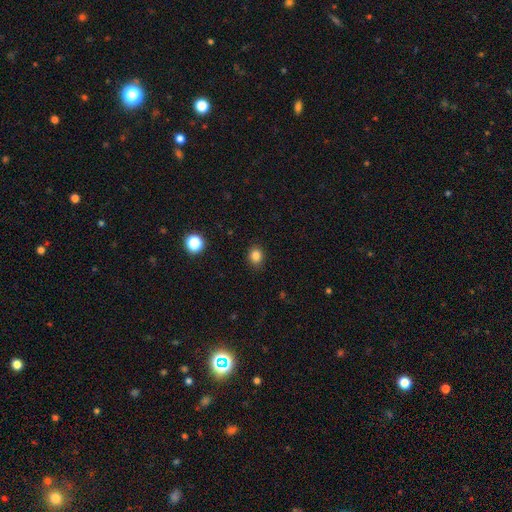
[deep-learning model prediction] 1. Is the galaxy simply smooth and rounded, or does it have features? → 83% smooth, 12% star or artifact, 4% featured or disk.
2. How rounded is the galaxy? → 60% round, 39% in between, 1% cigar-shaped.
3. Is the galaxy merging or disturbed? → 88% none, 9% minor disturbance, 2% major disturbance, 1% merger.